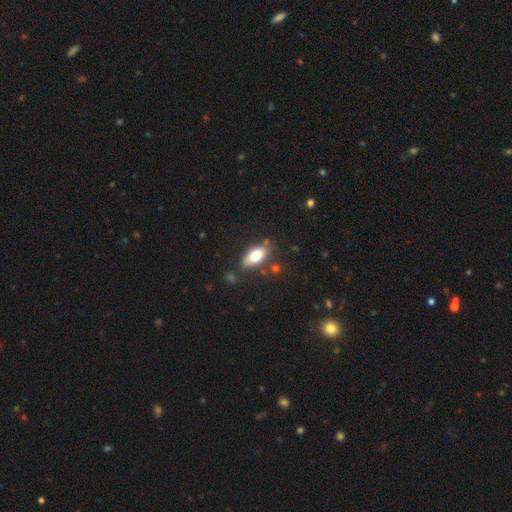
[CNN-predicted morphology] A smooth galaxy with no disk features (73%) that is in between round and cigar-shaped (86%).

Vote fractions:
- Smooth or featured? smooth: 73% / featured or disk: 19% / star or artifact: 7%
- How rounded? in between: 86% / cigar-shaped: 9% / round: 4%
- Merging? none: 76% / minor disturbance: 16% / merger: 5% / major disturbance: 4%